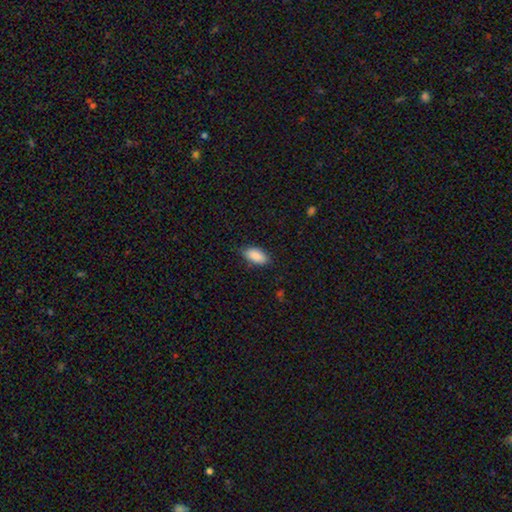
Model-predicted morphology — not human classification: A smooth galaxy with no disk features (90%) that is in between round and cigar-shaped (92%).

Vote fractions:
- Smooth or featured? smooth: 90% / star or artifact: 6% / featured or disk: 4%
- How rounded? in between: 92% / cigar-shaped: 6% / round: 3%
- Merging? none: 82% / minor disturbance: 14% / major disturbance: 3% / merger: 1%